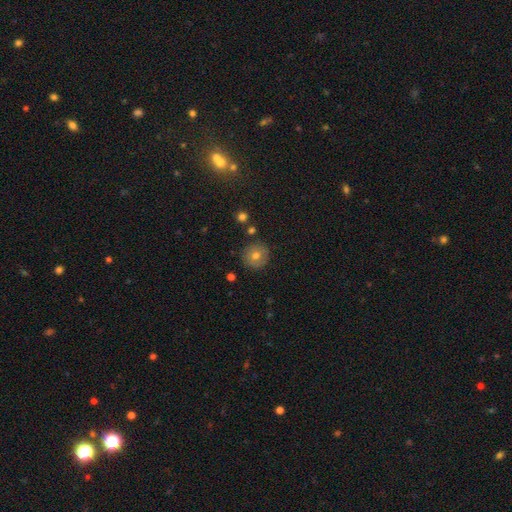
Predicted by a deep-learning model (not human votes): A smooth galaxy with no disk features (68%) that is round (94%). Merging: none (88%).